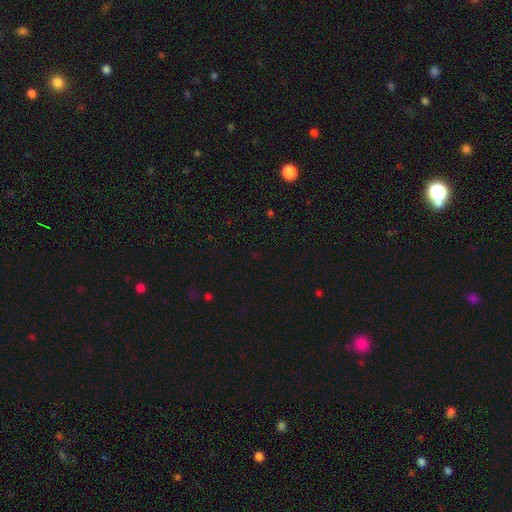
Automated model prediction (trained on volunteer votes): Overall: star or artifact (70%).